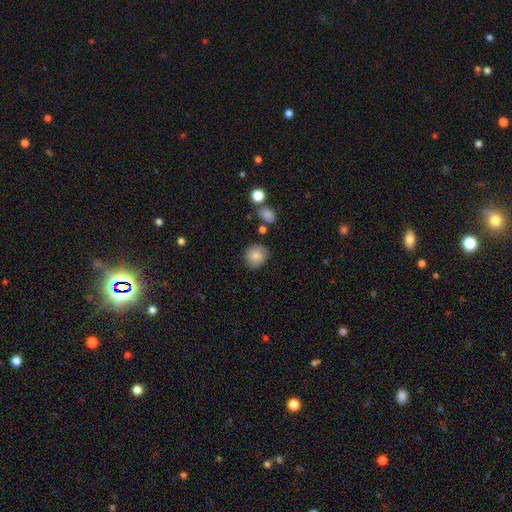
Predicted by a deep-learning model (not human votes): Smooth or featured: smooth — 83% (star or artifact — 9%)
How rounded: round — 80% (in between — 19%)
Merging: none — 80% (minor disturbance — 14%)